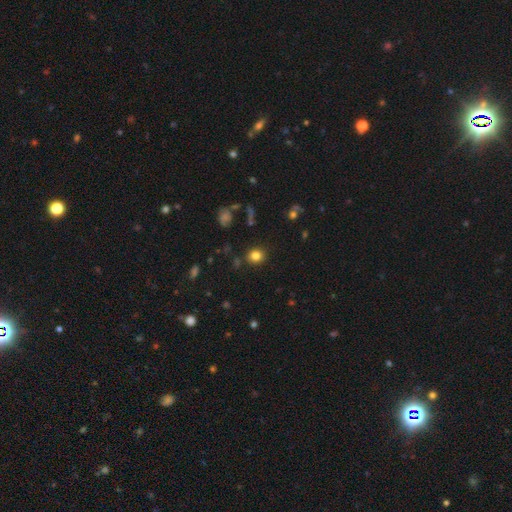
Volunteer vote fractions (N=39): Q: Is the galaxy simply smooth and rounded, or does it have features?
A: smooth — 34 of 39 (87%).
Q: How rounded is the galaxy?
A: round — 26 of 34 (76%).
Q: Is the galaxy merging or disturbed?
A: none — 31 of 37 (84%).